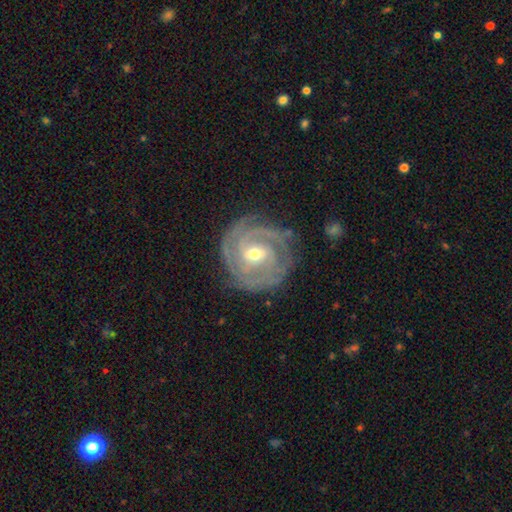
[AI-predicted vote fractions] smooth-or-featured: featured or disk: 90% | smooth: 5% | star or artifact: 5%
  disk-edge-on: no: 97% | yes: 3%
    bar: weak: 46% | no: 33% | strong: 21%
    has-spiral-arms: yes: 97% | no: 3%
      spiral-winding: tight: 77% | medium: 20% | loose: 3%
      spiral-arm-count: 3: 36% | 2: 25% | can't tell: 18% | 4: 11% | 1: 5% | more than 4: 5%
    bulge-size: moderate: 58% | small: 39% | large: 2% | none: 1% | dominant: 1%
  merging: none: 79% | minor disturbance: 15% | major disturbance: 5% | merger: 1%